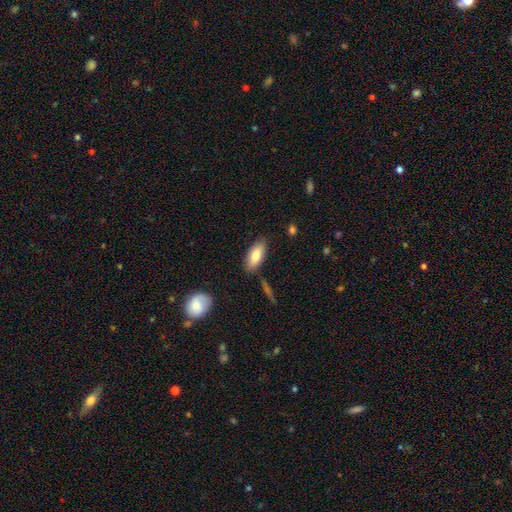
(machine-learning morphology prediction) smooth_or_featured: smooth (p=0.79) [alt: featured or disk p=0.15]
how_rounded: in between (p=0.83) [alt: cigar-shaped p=0.15]
merging: none (p=0.83) [alt: minor disturbance p=0.12]